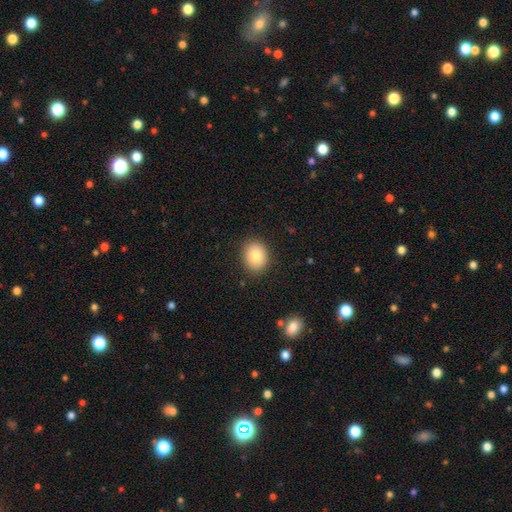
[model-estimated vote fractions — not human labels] smooth-or-featured: smooth: 84% | star or artifact: 8% | featured or disk: 7%
  how-rounded: round: 58% | in between: 41% | cigar-shaped: 1%
  merging: none: 87% | minor disturbance: 9% | major disturbance: 2% | merger: 1%